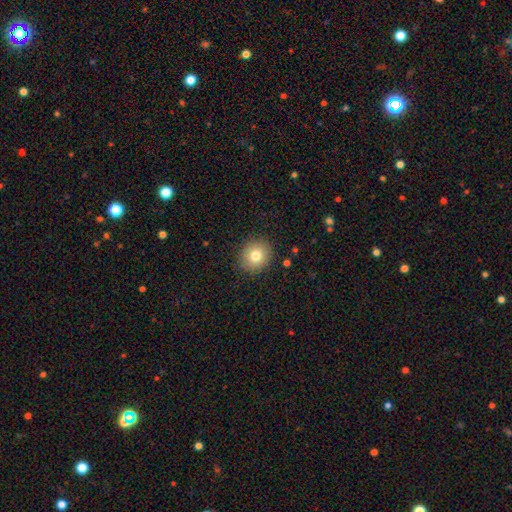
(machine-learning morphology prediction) smooth 79%, featured or disk 11%, star or artifact 11%. Down the decision tree: how rounded — round (84%); merging — none (89%).